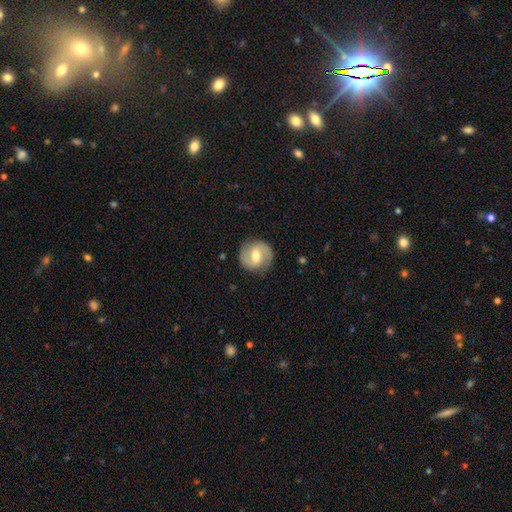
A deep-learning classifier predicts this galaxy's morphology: Smooth or featured? Predicted: featured or disk (p=0.64). Edge-on disk? Predicted: no (p=0.97). Bar? Predicted: weak (p=0.52). Spiral arms? Predicted: yes (p=0.83). Spiral winding? Predicted: medium (p=0.48). Spiral arm count? Predicted: 2 (p=0.89). Bulge size? Predicted: moderate (p=0.73). Merging? Predicted: none (p=0.86).